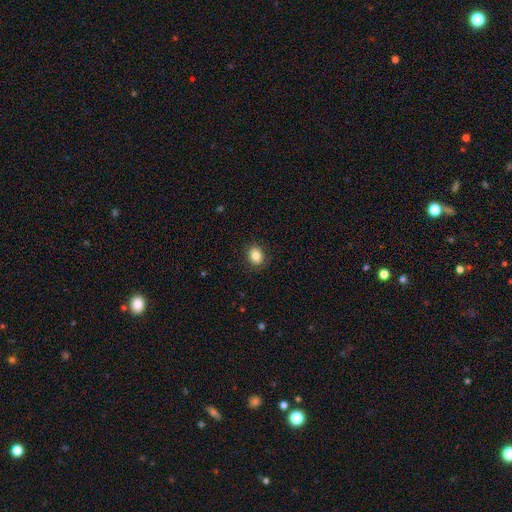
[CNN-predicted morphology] Overall: smooth (80%). How rounded: round (60%; in between 39%). Merging: none (86%).